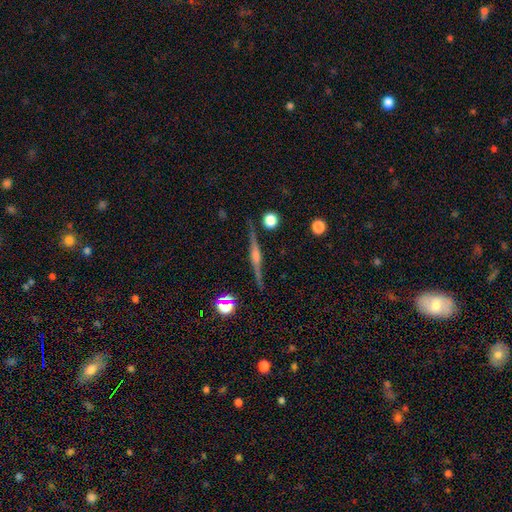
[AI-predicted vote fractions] Smooth or featured: featured or disk — 81% (smooth — 11%)
Edge-on disk: yes — 98% (no — 2%)
Edge-on bulge: rounded — 79% (boxy — 14%)
Merging: none — 89% (minor disturbance — 8%)